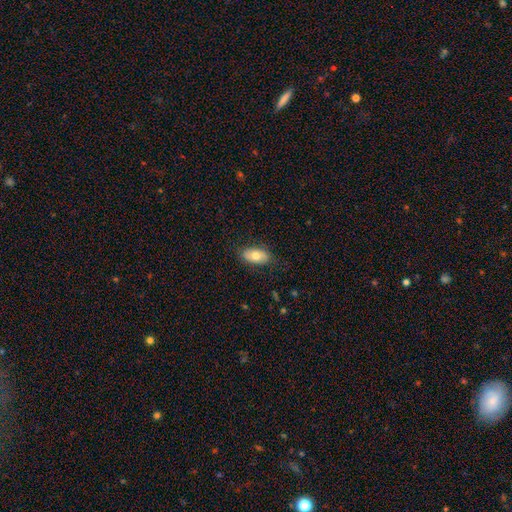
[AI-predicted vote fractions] Overall: smooth (71%). How rounded: in between (93%). Merging: none (81%).